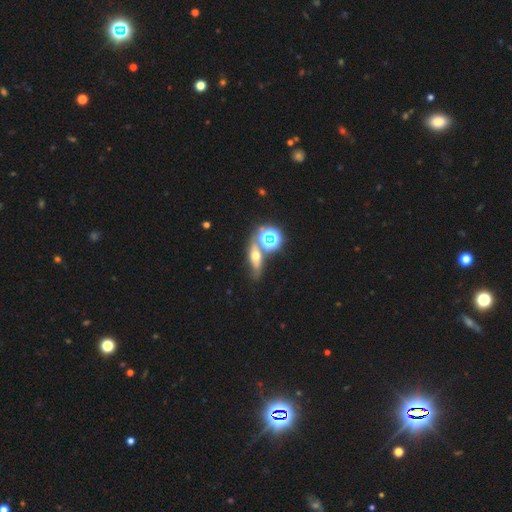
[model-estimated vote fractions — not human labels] smooth 39%, featured or disk 31%, star or artifact 30%. Down the decision tree: merging — none (58%).